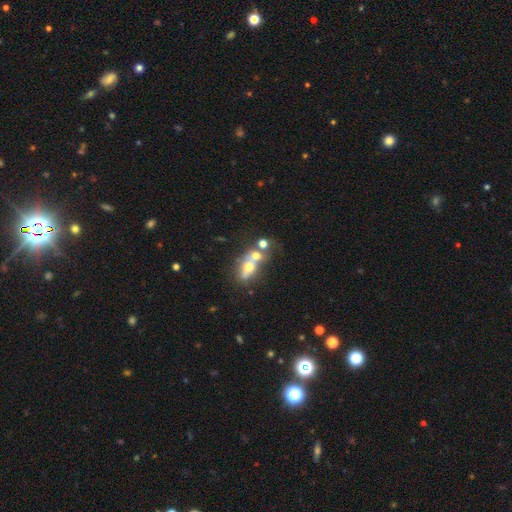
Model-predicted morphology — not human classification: This appears to be a smooth galaxy with no disk features (51%) that is in between round and cigar-shaped (54%). Merging: merger (54%).